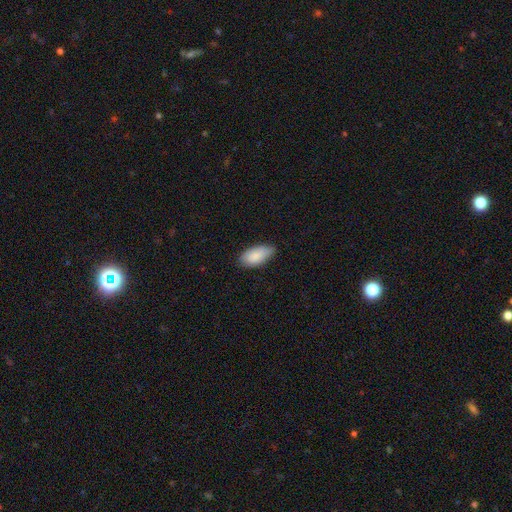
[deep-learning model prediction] This appears to be a smooth galaxy with no disk features (88%) that is in between round and cigar-shaped (94%). Merging: none (70%).